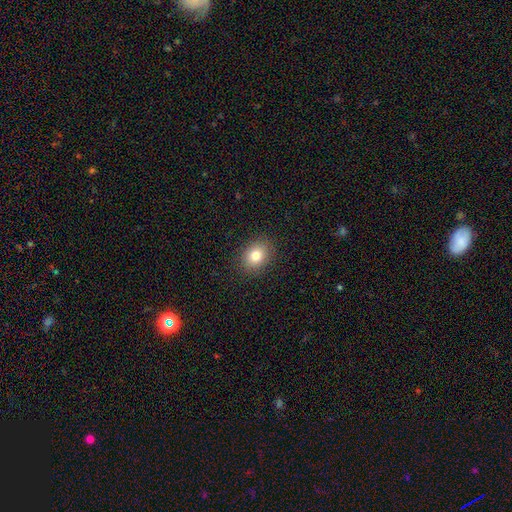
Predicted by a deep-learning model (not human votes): Smooth or featured? Predicted: smooth (p=0.81). How rounded? Predicted: in between (p=0.53). Merging? Predicted: none (p=0.89).